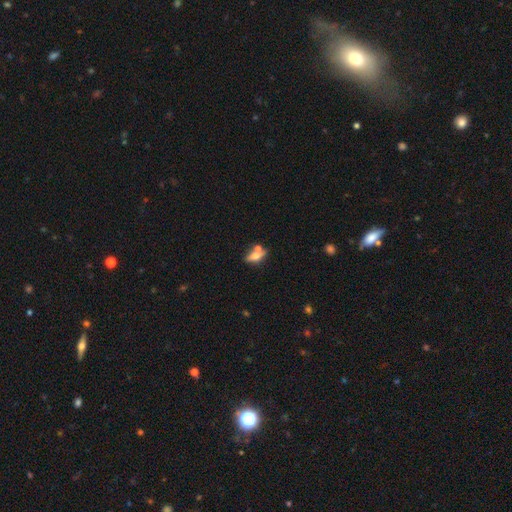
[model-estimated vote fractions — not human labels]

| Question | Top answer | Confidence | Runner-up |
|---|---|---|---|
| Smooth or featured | smooth | 52% | featured or disk (39%) |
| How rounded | in between | 66% | cigar-shaped (26%) |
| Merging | none | 54% | merger (27%) |